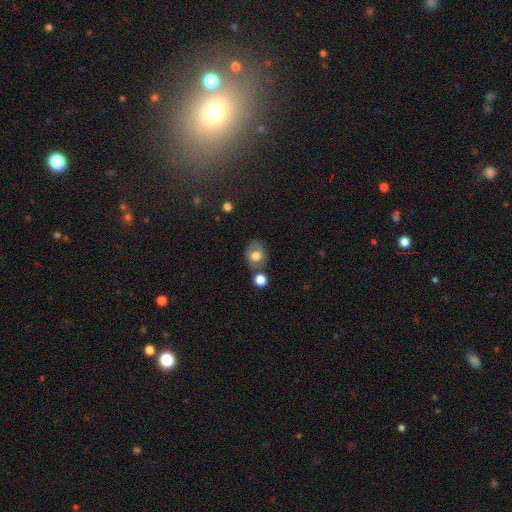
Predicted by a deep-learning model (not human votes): Smooth or featured? smooth (70%)
How rounded? round (52%)
Merging? none (56%)